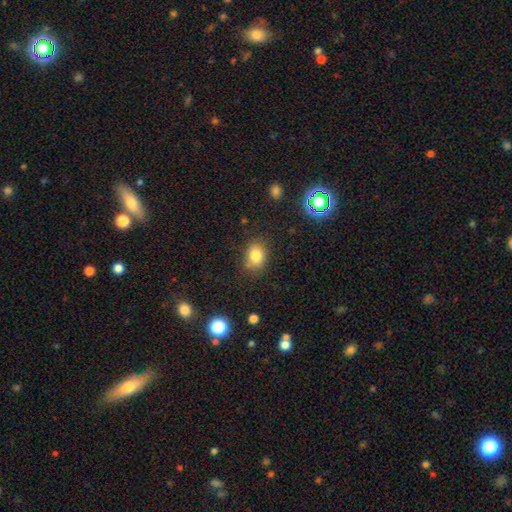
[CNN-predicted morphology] smooth_or_featured: smooth (p=0.81) [alt: star or artifact p=0.11]
how_rounded: in between (p=0.61) [alt: round p=0.38]
merging: none (p=0.81) [alt: minor disturbance p=0.13]